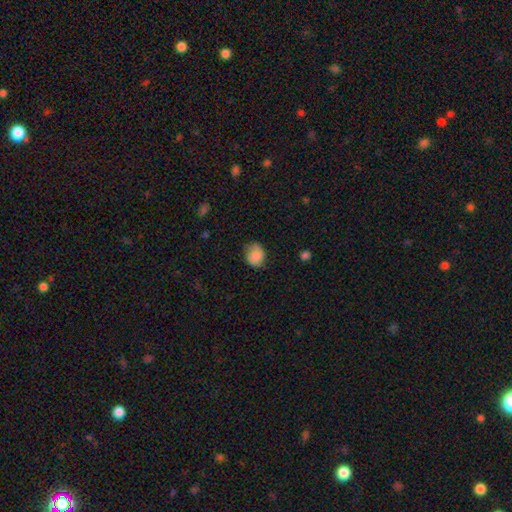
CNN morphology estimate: This appears to be a smooth galaxy with no disk features (86%) that is round (59%). Merging: none (66%).